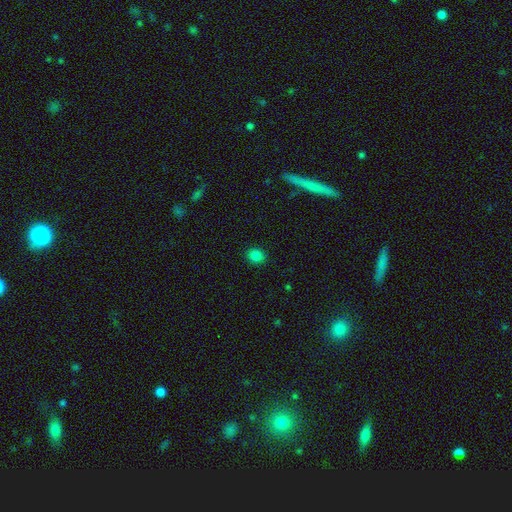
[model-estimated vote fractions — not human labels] smooth 83%, star or artifact 13%, featured or disk 4%. Down the decision tree: how rounded — round (68%); merging — none (90%).